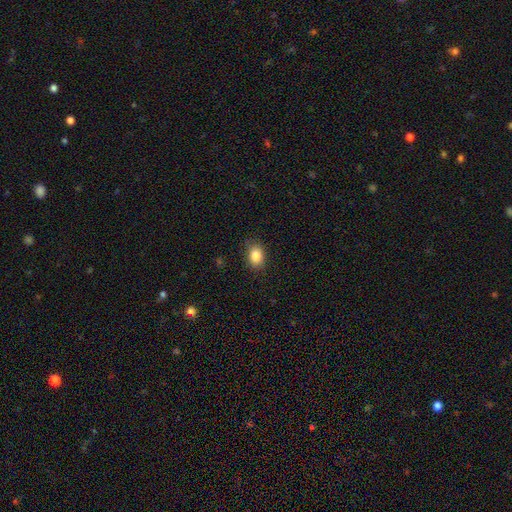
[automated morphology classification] Smooth or featured?
  - smooth: 86% *
  - star or artifact: 9%
  - featured or disk: 5%
How rounded?
  - in between: 71% *
  - round: 28%
  - cigar-shaped: 1%
Merging?
  - none: 83% *
  - minor disturbance: 13%
  - major disturbance: 3%
  - merger: 1%